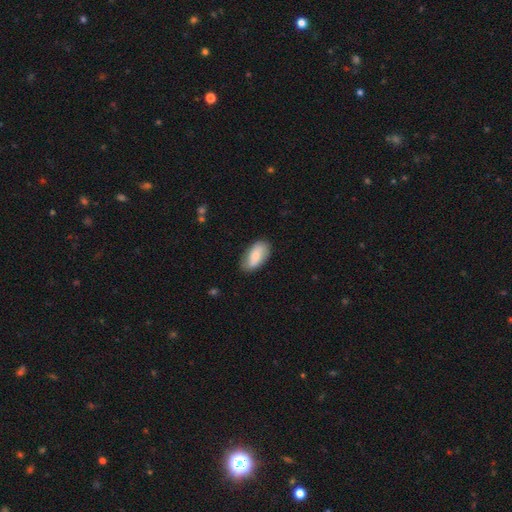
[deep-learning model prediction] Smooth or featured?
  - smooth: 73% *
  - featured or disk: 21%
  - star or artifact: 6%
How rounded?
  - in between: 93% *
  - cigar-shaped: 4%
  - round: 3%
Merging?
  - none: 76% *
  - minor disturbance: 18%
  - major disturbance: 4%
  - merger: 2%